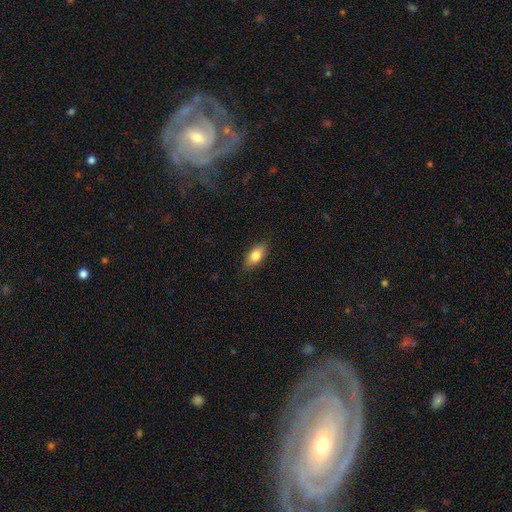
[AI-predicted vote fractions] Smooth or featured: smooth — 77% (featured or disk — 16%)
How rounded: in between — 83% (cigar-shaped — 13%)
Merging: none — 84% (minor disturbance — 13%)